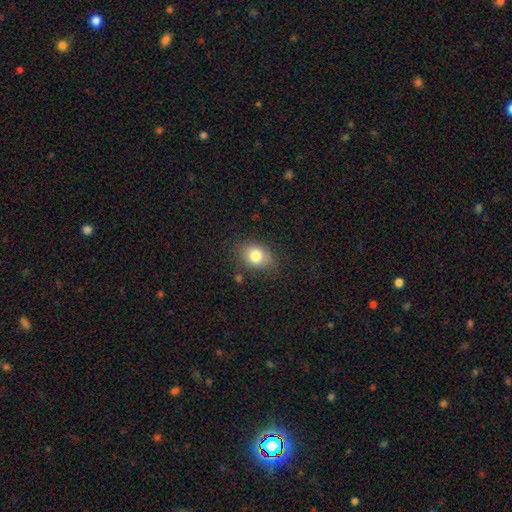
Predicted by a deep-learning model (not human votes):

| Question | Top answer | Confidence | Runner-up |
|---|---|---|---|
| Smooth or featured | smooth | 79% | star or artifact (11%) |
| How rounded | in between | 57% | round (42%) |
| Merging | none | 76% | minor disturbance (17%) |